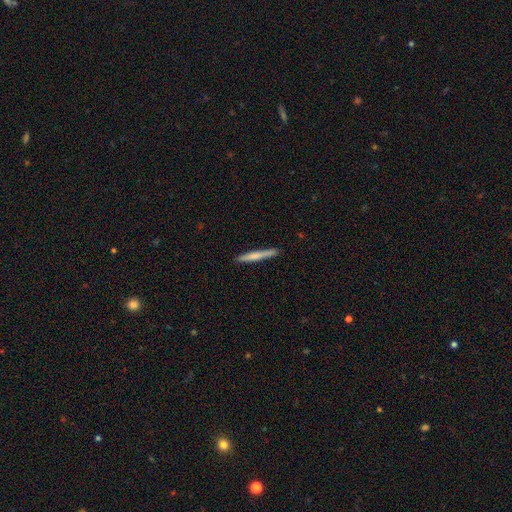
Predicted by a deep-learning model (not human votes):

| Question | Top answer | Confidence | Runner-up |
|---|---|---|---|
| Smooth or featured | smooth | 64% | featured or disk (31%) |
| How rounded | cigar-shaped | 96% | in between (3%) |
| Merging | none | 88% | minor disturbance (9%) |